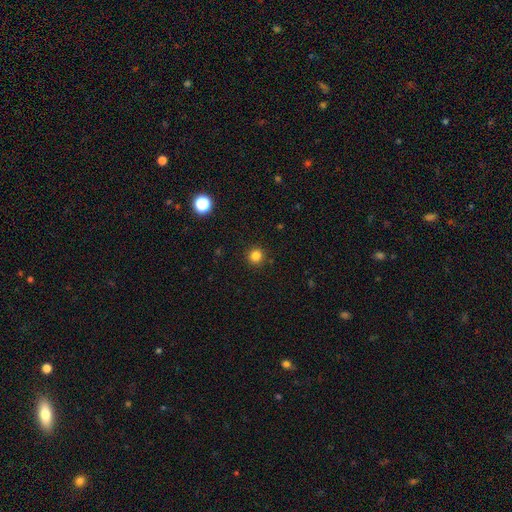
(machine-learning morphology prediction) smooth_or_featured: smooth (p=0.83) [alt: star or artifact p=0.13]
how_rounded: round (p=0.93) [alt: in between p=0.06]
merging: none (p=0.91) [alt: minor disturbance p=0.06]